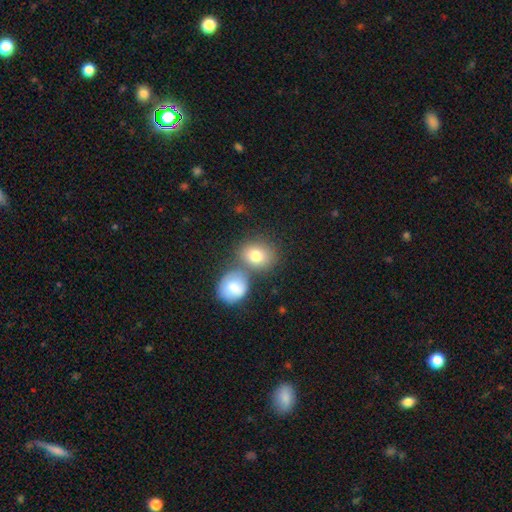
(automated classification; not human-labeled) A smooth galaxy with no disk features (80%) that is round (64%).

Vote fractions:
- Smooth or featured? smooth: 80% / featured or disk: 12% / star or artifact: 9%
- How rounded? round: 64% / in between: 35% / cigar-shaped: 1%
- Merging? none: 51% / merger: 35% / minor disturbance: 11% / major disturbance: 4%